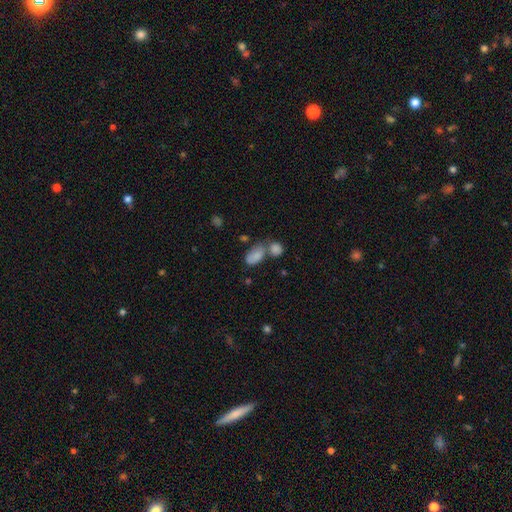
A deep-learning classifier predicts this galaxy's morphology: type=smooth (83%); roundness=in between (90%); merging=merger (45%).